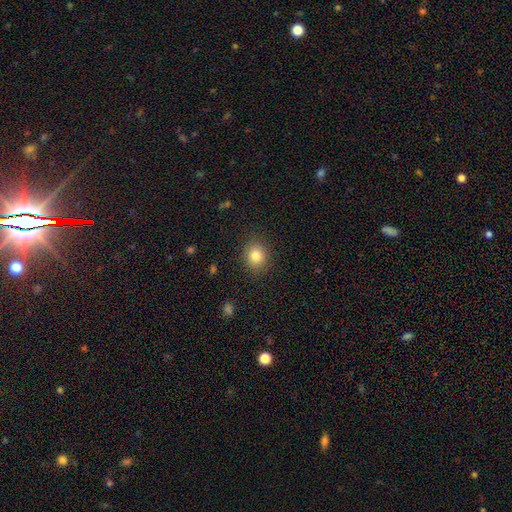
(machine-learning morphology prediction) type=smooth (83%); roundness=round (71%); merging=none (88%).